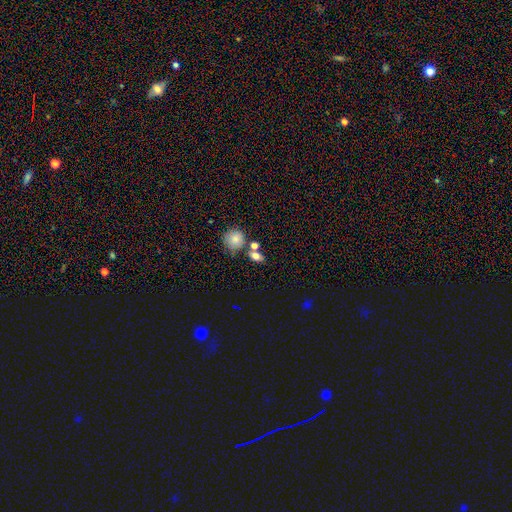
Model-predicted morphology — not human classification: Smooth or featured? Predicted: smooth (p=0.73). How rounded? Predicted: in between (p=0.60). Merging? Predicted: none (p=0.58).